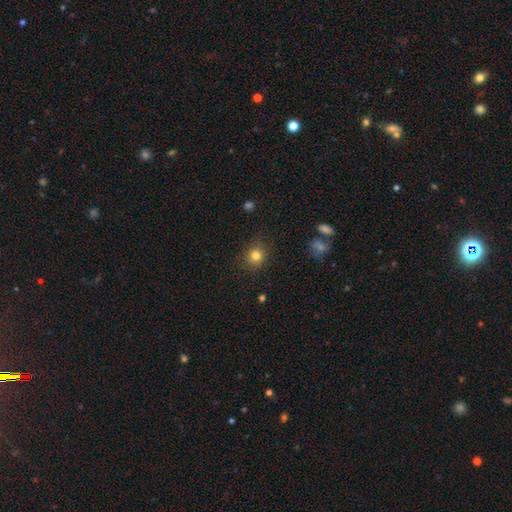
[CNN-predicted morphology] Smooth or featured? Predicted: smooth (p=0.81). How rounded? Predicted: round (p=0.86). Merging? Predicted: none (p=0.86).